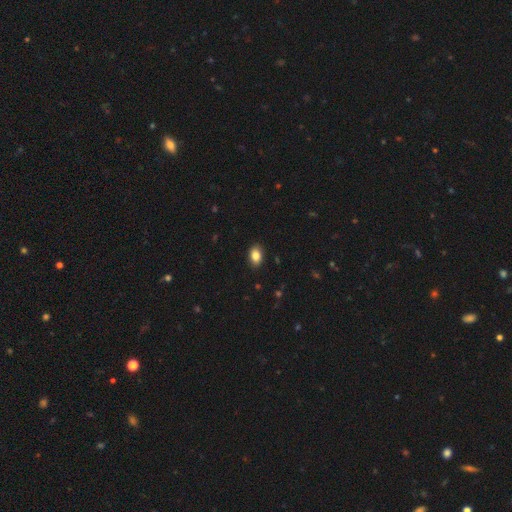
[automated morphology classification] smooth-or-featured: smooth: 84% | star or artifact: 8% | featured or disk: 7%
  how-rounded: in between: 85% | round: 14% | cigar-shaped: 1%
  merging: none: 88% | minor disturbance: 9% | major disturbance: 2% | merger: 1%